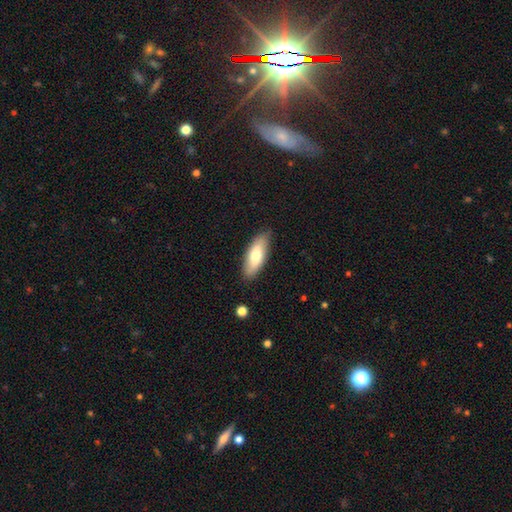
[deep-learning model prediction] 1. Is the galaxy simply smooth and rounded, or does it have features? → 71% smooth, 24% featured or disk, 5% star or artifact.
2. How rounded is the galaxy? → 70% in between, 27% cigar-shaped, 2% round.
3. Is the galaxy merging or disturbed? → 83% none, 13% minor disturbance, 2% major disturbance, 1% merger.